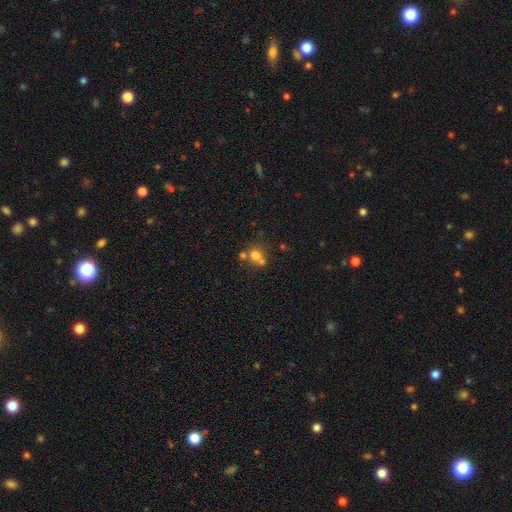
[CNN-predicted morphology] smooth 67%, star or artifact 17%, featured or disk 16%. Down the decision tree: how rounded — round (73%); merging — merger (44%).